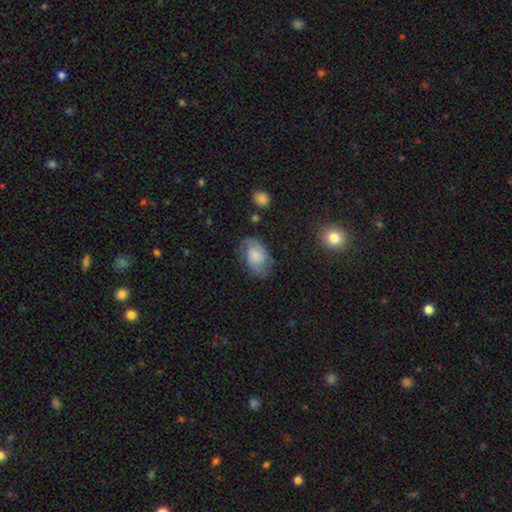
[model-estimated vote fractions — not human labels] Smooth or featured? featured or disk (60%)
Edge-on disk? no (97%)
Bar? no (67%)
Spiral arms? yes (89%)
Spiral winding? medium (44%)
Spiral arm count? 2 (76%)
Bulge size? small (44%)
Merging? none (69%)